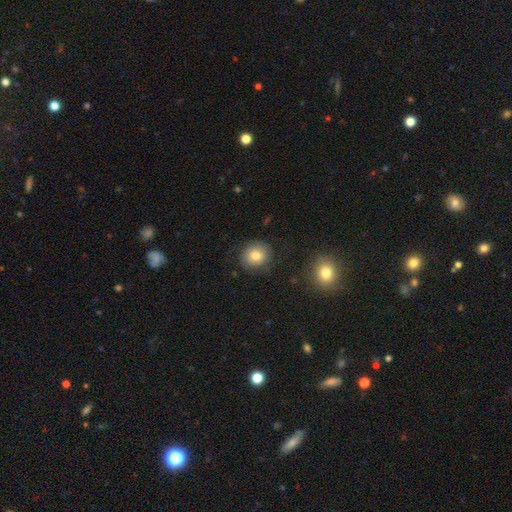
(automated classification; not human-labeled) The model was most divided on "smooth or featured": smooth: 78%, featured or disk: 12%, star or artifact: 10%. More confident: merging — none (84%); how rounded — round (84%).